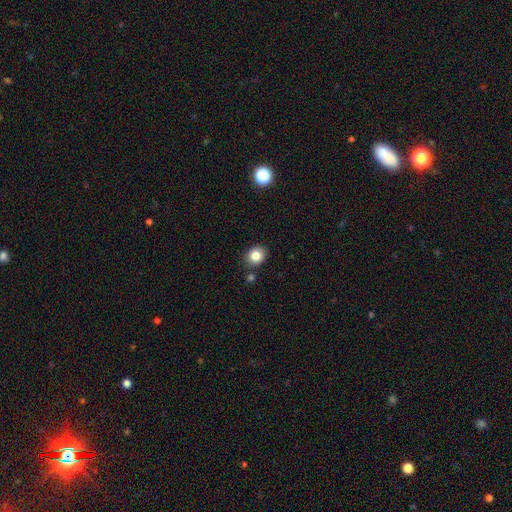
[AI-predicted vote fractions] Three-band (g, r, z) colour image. It shows a smooth galaxy with no disk features (83%) that is round (59%). Merging: none (80%).